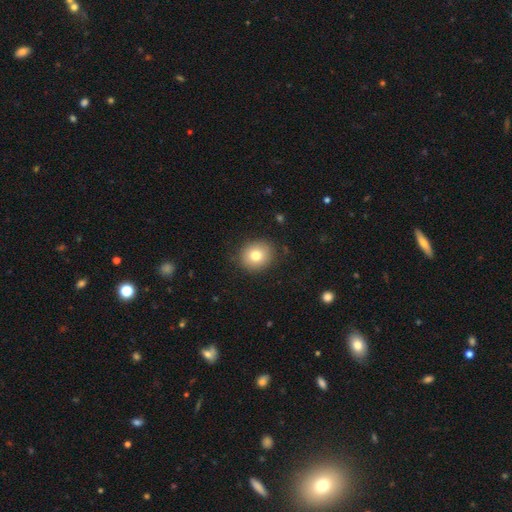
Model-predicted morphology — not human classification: Smooth or featured: smooth — 78% (featured or disk — 12%)
How rounded: round — 78% (in between — 21%)
Merging: none — 87% (minor disturbance — 9%)